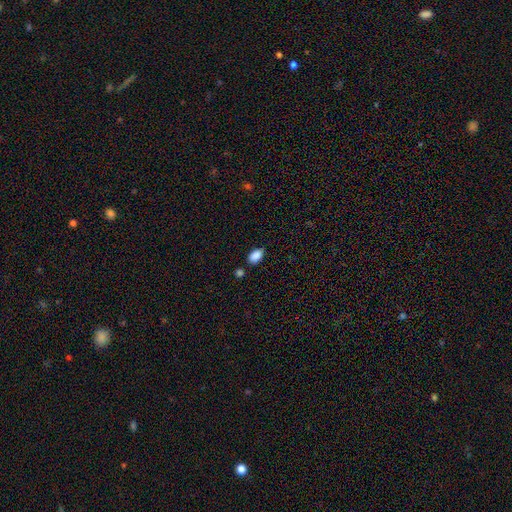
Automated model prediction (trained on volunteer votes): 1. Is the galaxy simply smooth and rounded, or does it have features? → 88% smooth, 8% star or artifact, 4% featured or disk.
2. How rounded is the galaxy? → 91% in between, 7% round, 2% cigar-shaped.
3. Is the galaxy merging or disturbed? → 76% none, 16% minor disturbance, 6% merger, 3% major disturbance.